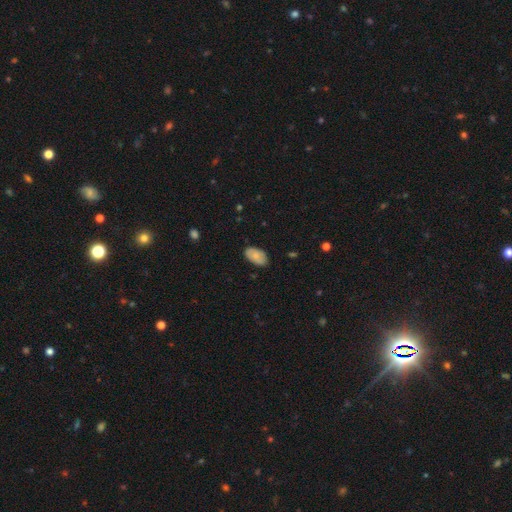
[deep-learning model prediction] A smooth galaxy with no disk features (75%) that is in between round and cigar-shaped (94%). Merging: none (79%).